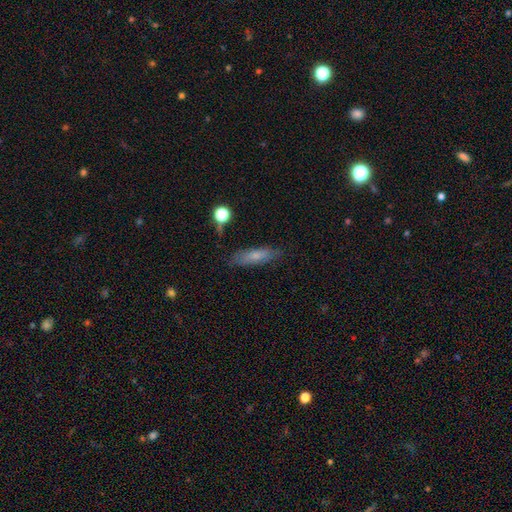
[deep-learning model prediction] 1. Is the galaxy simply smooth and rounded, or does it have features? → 68% smooth, 23% featured or disk, 8% star or artifact.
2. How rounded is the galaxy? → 62% cigar-shaped, 35% in between, 3% round.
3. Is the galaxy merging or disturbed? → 77% none, 16% minor disturbance, 4% major disturbance, 2% merger.